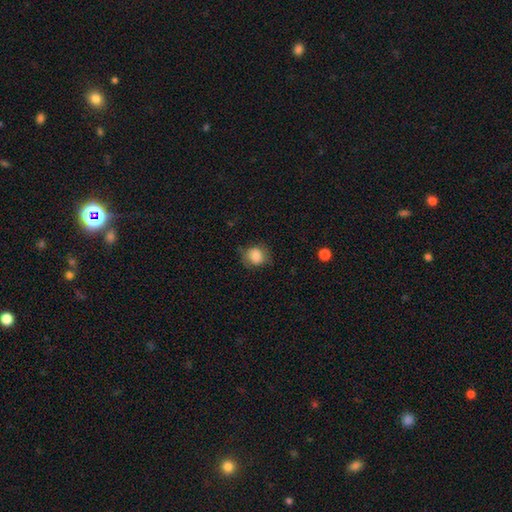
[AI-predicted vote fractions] A smooth galaxy with no disk features (82%) that is round (68%). Merging: none (65%).